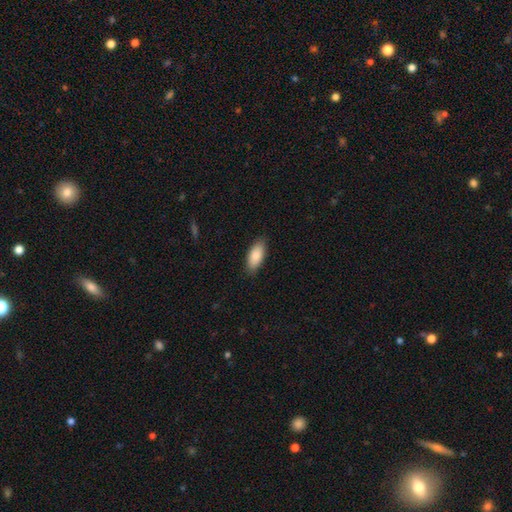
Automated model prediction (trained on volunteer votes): smooth 88%, featured or disk 7%, star or artifact 6%. Down the decision tree: how rounded — in between (87%); merging — none (87%).